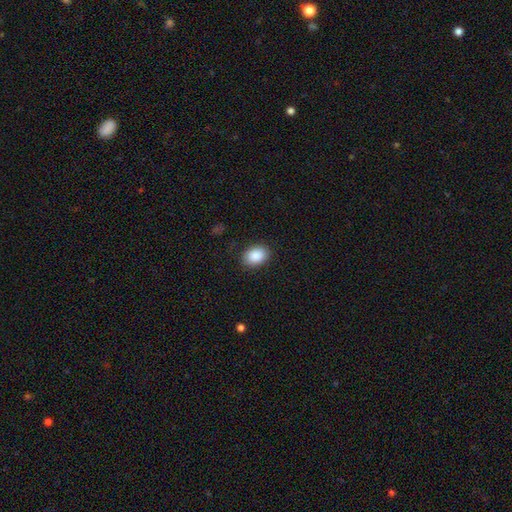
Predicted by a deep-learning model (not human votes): smooth_or_featured: smooth (p=0.89) [alt: star or artifact p=0.07]
how_rounded: in between (p=0.79) [alt: round p=0.20]
merging: none (p=0.87) [alt: minor disturbance p=0.09]